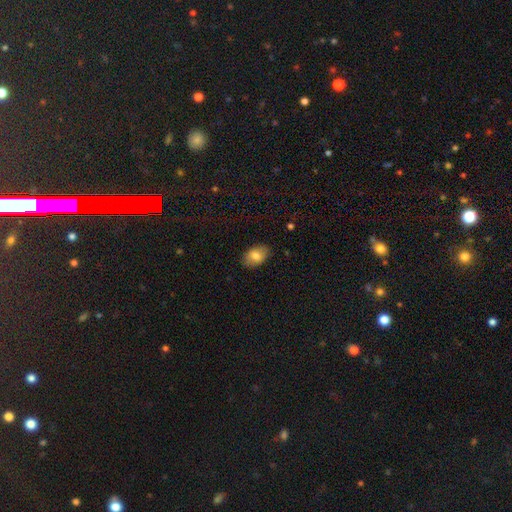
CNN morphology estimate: This is likely a smooth galaxy (76%). How rounded: clearly in between (87%). Merging: clearly none (86%).